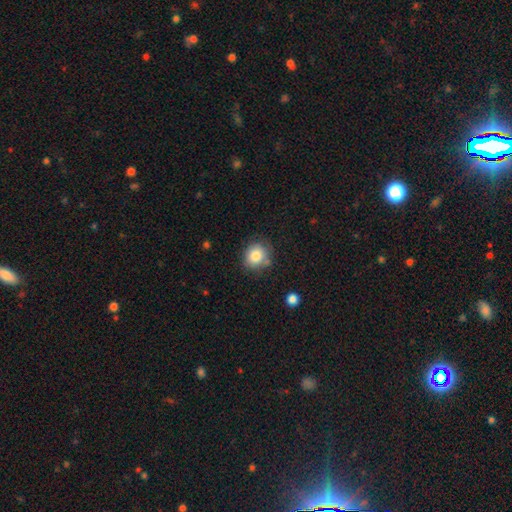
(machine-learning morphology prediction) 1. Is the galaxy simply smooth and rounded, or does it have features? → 82% smooth, 10% star or artifact, 8% featured or disk.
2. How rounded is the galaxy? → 76% round, 23% in between, 1% cigar-shaped.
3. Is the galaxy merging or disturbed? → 75% none, 15% minor disturbance, 5% merger, 4% major disturbance.